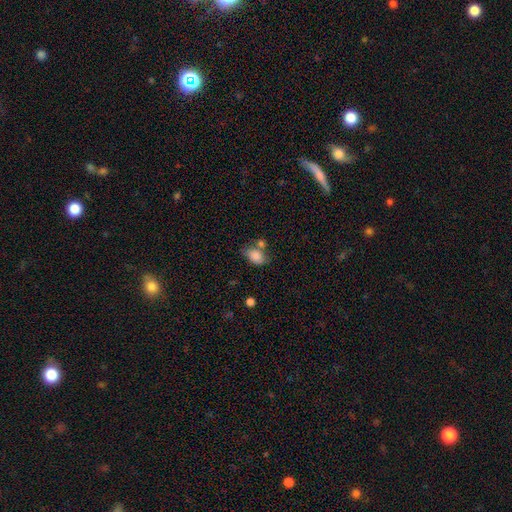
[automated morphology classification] smooth_or_featured: smooth (p=0.84) [alt: featured or disk p=0.08]
how_rounded: in between (p=0.84) [alt: round p=0.14]
merging: none (p=0.49) [alt: minor disturbance p=0.23]